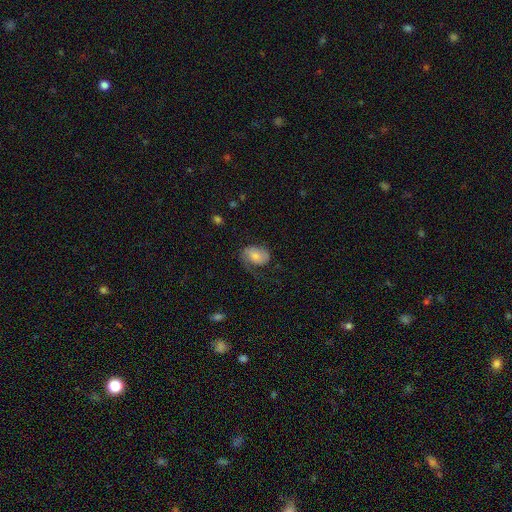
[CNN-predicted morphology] This is possibly a smooth galaxy (50%). Merging: possibly none (46%).